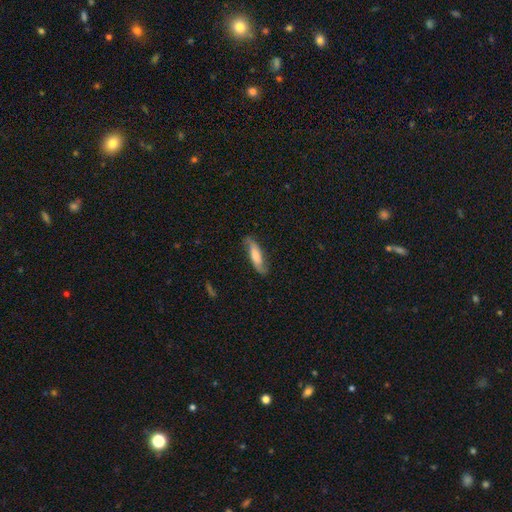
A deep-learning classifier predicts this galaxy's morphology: smooth-or-featured: smooth: 49% | featured or disk: 45% | star or artifact: 6%
  merging: none: 76% | minor disturbance: 18% | major disturbance: 5% | merger: 1%